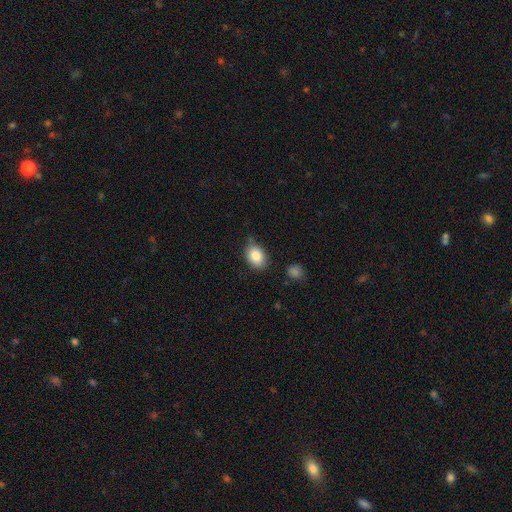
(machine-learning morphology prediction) A smooth galaxy with no disk features (85%) that is in between round and cigar-shaped (71%). Merging: none (68%).